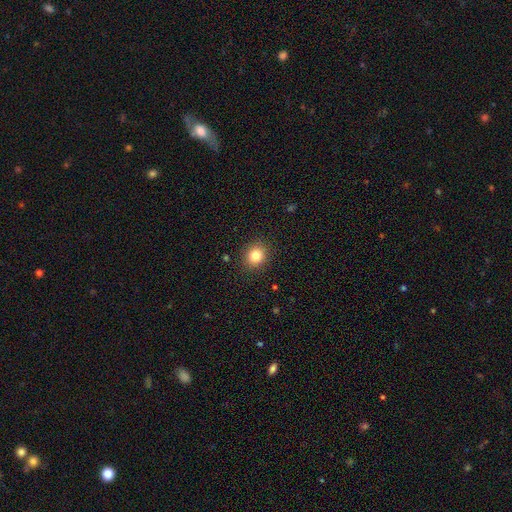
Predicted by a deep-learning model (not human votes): This is clearly a smooth galaxy (82%). How rounded: likely round (72%). Merging: clearly none (89%).